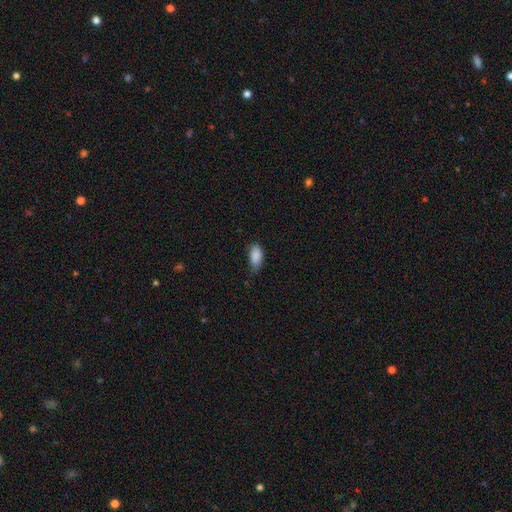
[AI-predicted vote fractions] This appears to be a smooth galaxy with no disk features (88%) that is in between round and cigar-shaped (92%). Merging: none (54%).